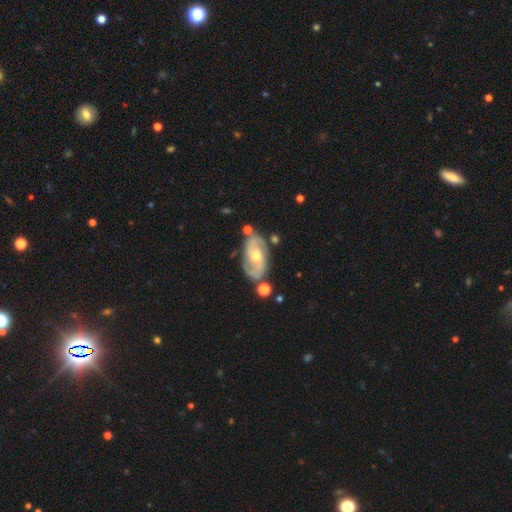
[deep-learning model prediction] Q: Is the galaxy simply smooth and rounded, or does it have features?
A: featured or disk — 84%.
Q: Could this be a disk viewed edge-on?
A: no — 96%.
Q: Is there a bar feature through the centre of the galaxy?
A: no — 58%.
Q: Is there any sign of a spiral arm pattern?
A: yes — 94%.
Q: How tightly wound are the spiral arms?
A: medium — 45%.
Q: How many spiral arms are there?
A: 2 — 80%.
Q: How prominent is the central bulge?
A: moderate — 62%.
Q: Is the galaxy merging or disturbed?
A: none — 72%.